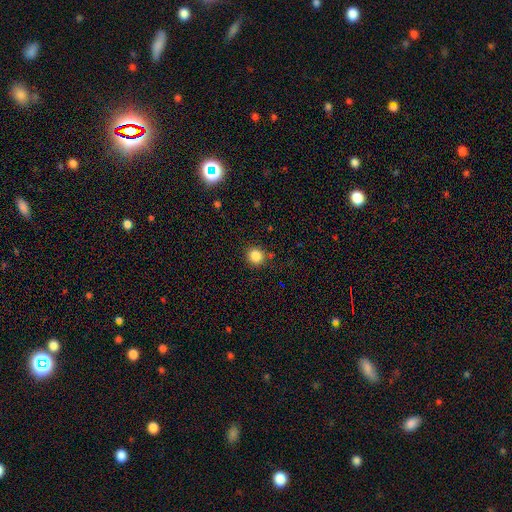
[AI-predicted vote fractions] smooth 84%, star or artifact 11%, featured or disk 5%. Down the decision tree: how rounded — round (92%); merging — none (87%).